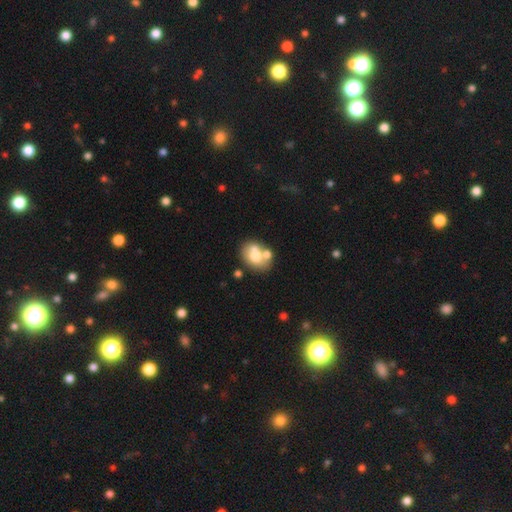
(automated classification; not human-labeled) A smooth galaxy with no disk features (61%) that is in between round and cigar-shaped (56%). Merging: none (46%).